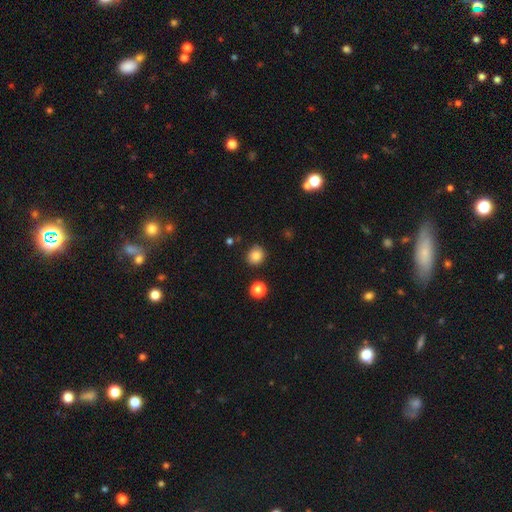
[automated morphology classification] Smooth or featured?
  - smooth: 84% *
  - star or artifact: 11%
  - featured or disk: 5%
How rounded?
  - round: 85% *
  - in between: 14%
  - cigar-shaped: 1%
Merging?
  - none: 86% *
  - minor disturbance: 9%
  - merger: 3%
  - major disturbance: 2%